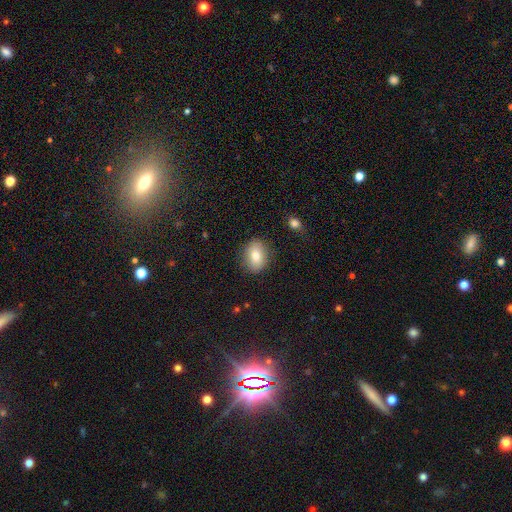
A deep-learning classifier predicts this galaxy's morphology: Smooth or featured? smooth (79%)
How rounded? in between (58%)
Merging? none (85%)